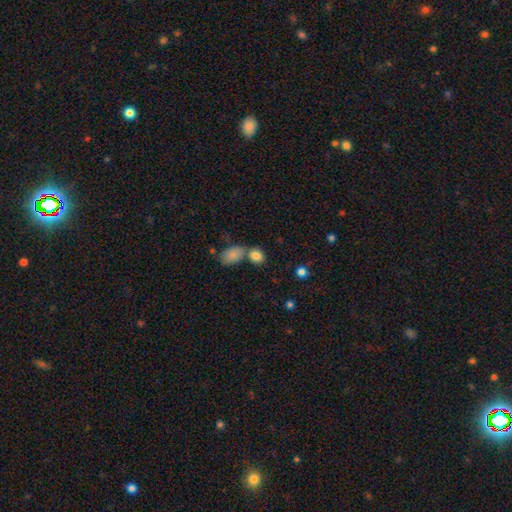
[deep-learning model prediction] A smooth galaxy with no disk features (84%) that is in between round and cigar-shaped (51%). Merging: none (56%).